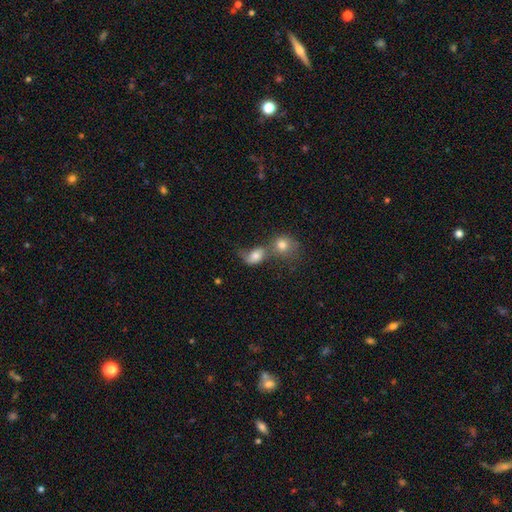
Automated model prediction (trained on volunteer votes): A smooth galaxy with no disk features (69%) that is in between round and cigar-shaped (61%). Merging: merger (58%).